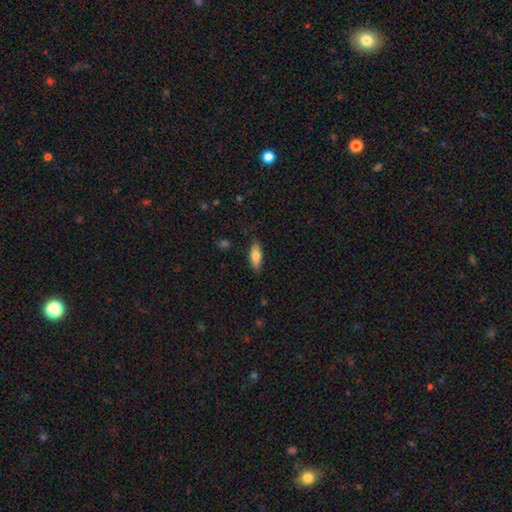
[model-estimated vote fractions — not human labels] smooth-or-featured: smooth: 80% | featured or disk: 14% | star or artifact: 7%
  how-rounded: in between: 72% | cigar-shaped: 25% | round: 2%
  merging: none: 84% | minor disturbance: 13% | major disturbance: 3% | merger: 1%